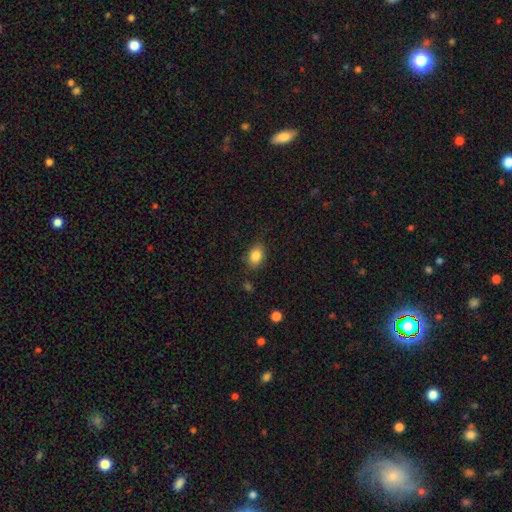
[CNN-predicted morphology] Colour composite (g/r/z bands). It shows a smooth galaxy with no disk features (85%) that is in between round and cigar-shaped (70%). Merging: none (80%).